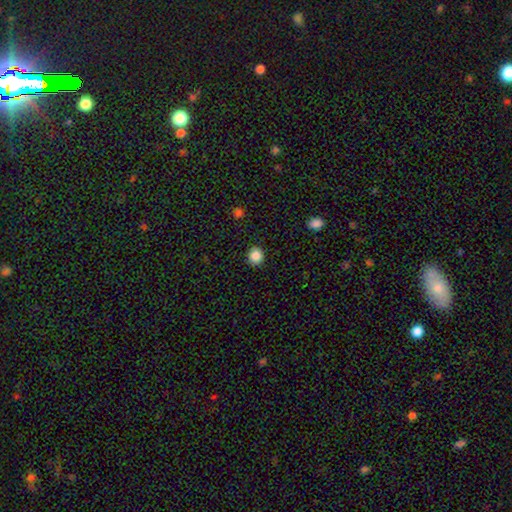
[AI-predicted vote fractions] smooth-or-featured: smooth: 86% | star or artifact: 10% | featured or disk: 4%
  how-rounded: round: 89% | in between: 10% | cigar-shaped: 1%
  merging: none: 91% | minor disturbance: 6% | major disturbance: 2% | merger: 1%